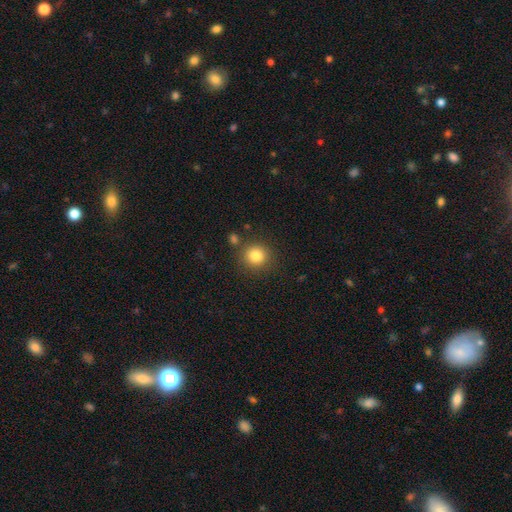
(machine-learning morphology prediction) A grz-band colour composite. It shows a smooth galaxy with no disk features (83%) that is round (91%). Merging: none (83%).